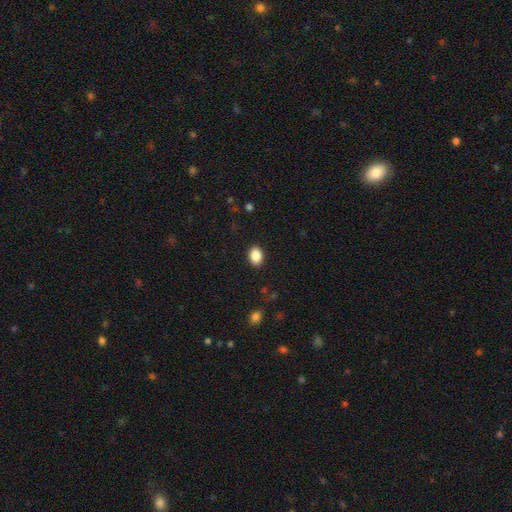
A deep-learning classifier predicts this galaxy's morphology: Overall: smooth (88%). How rounded: in between (77%). Merging: none (89%).